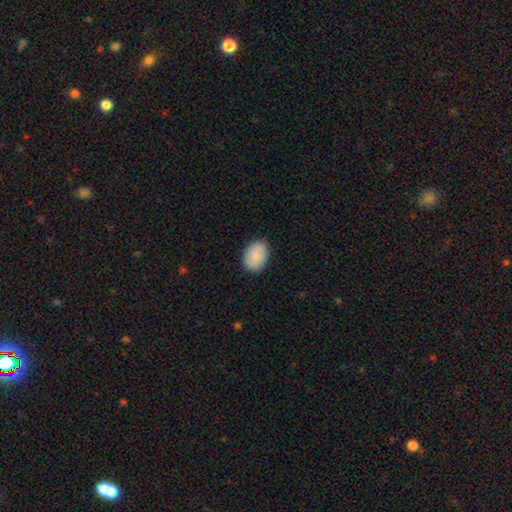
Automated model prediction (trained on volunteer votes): smooth-or-featured: smooth: 80% | featured or disk: 14% | star or artifact: 6%
  how-rounded: in between: 76% | round: 23% | cigar-shaped: 1%
  merging: none: 82% | minor disturbance: 14% | major disturbance: 3% | merger: 1%